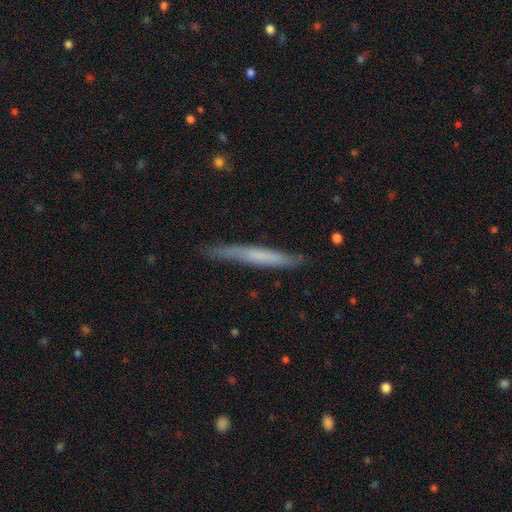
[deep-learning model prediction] This is possibly a smooth galaxy (47%). Merging: clearly none (86%).